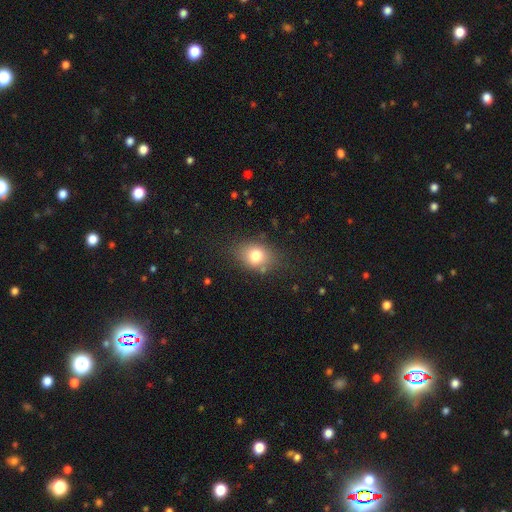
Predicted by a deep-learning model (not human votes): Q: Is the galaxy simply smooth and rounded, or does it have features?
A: smooth — 78%.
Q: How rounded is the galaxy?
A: in between — 61%.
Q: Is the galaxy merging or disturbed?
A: none — 76%.